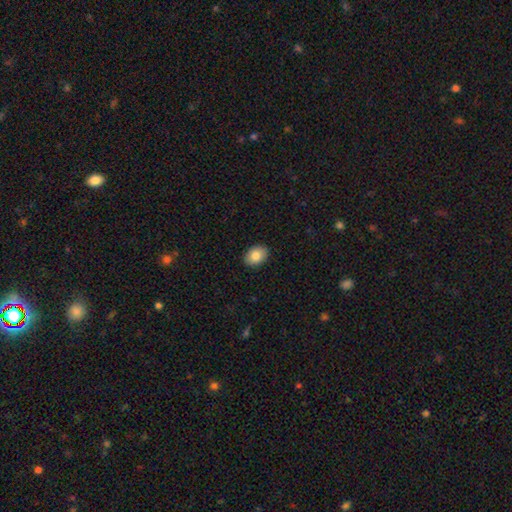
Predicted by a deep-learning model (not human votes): Overall: smooth (83%). How rounded: in between (70%). Merging: none (90%).